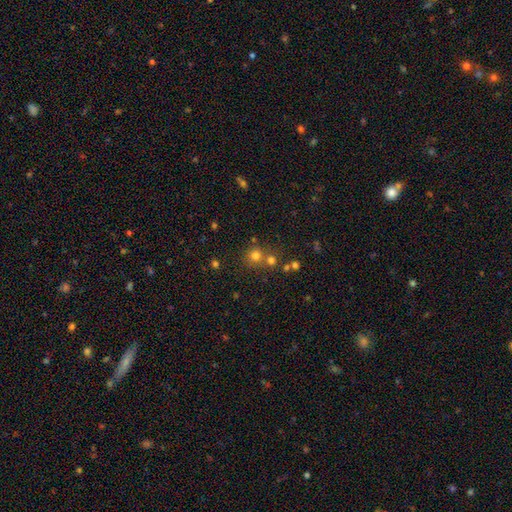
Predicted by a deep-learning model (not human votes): smooth 73%, star or artifact 19%, featured or disk 8%. Down the decision tree: how rounded — round (90%); merging — none (64%).